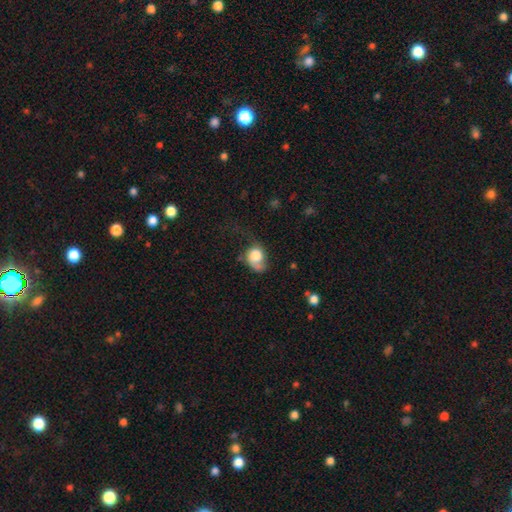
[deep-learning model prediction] A smooth galaxy with no disk features (68%) that is round (52%). Merging: major disturbance (36%).